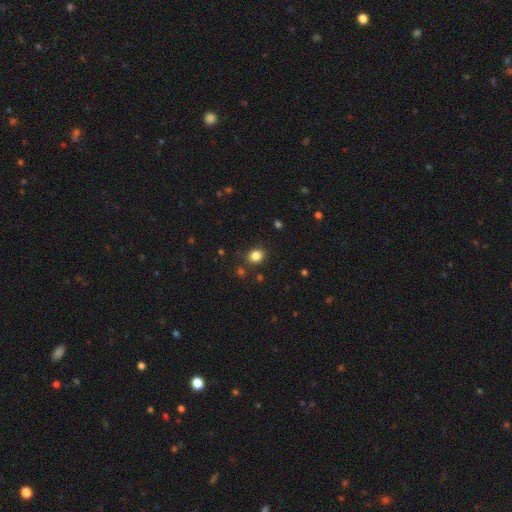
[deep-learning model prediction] Smooth or featured? smooth (84%)
How rounded? round (59%)
Merging? none (84%)